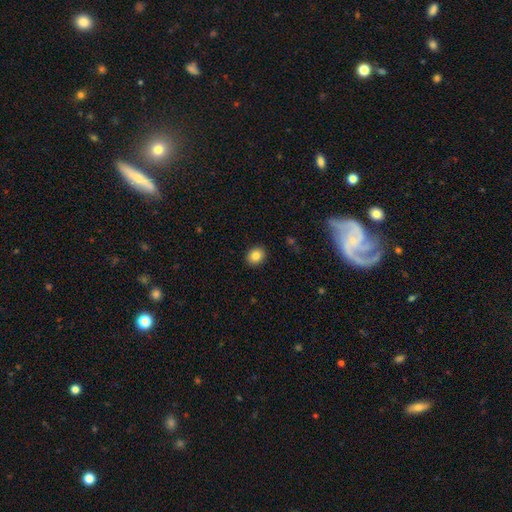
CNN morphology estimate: Smooth or featured? smooth (84%)
How rounded? round (67%)
Merging? none (91%)